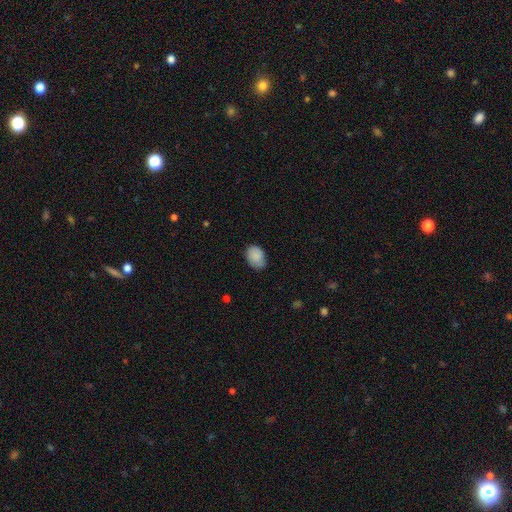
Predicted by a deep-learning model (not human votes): A smooth galaxy with no disk features (87%) that is in between round and cigar-shaped (76%).

Vote fractions:
- Smooth or featured? smooth: 87% / star or artifact: 7% / featured or disk: 6%
- How rounded? in between: 76% / round: 23% / cigar-shaped: 1%
- Merging? none: 69% / minor disturbance: 25% / major disturbance: 4% / merger: 1%